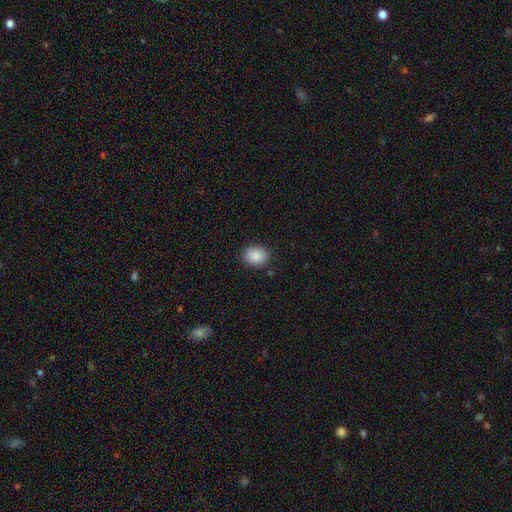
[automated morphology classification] smooth 90%, star or artifact 8%, featured or disk 3%. Down the decision tree: how rounded — in between (59%); merging — none (87%).